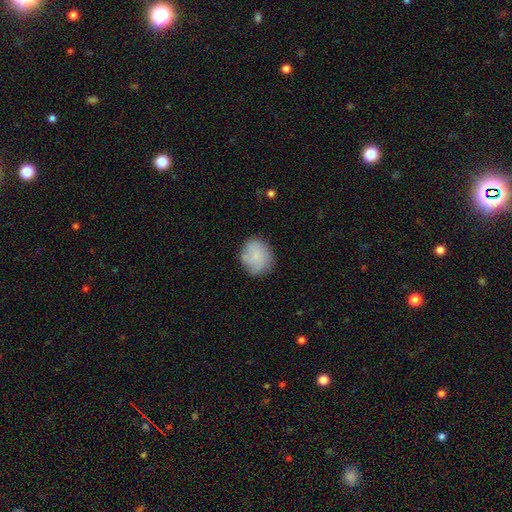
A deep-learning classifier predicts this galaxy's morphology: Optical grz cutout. It shows a smooth galaxy with no disk features (74%) that is round (74%). Merging: none (73%).